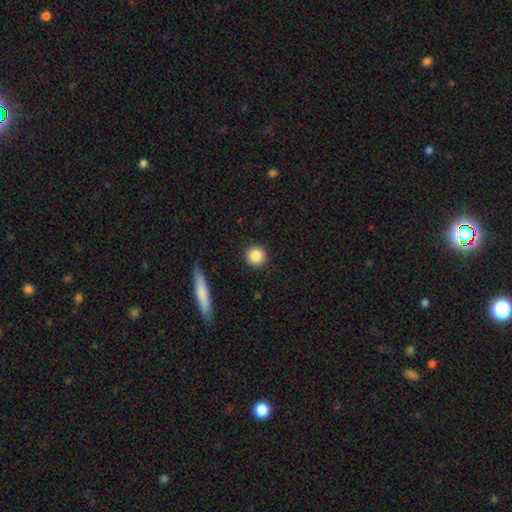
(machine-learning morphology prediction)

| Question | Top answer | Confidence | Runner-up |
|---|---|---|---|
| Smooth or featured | smooth | 86% | star or artifact (9%) |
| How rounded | round | 93% | in between (6%) |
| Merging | none | 91% | minor disturbance (6%) |